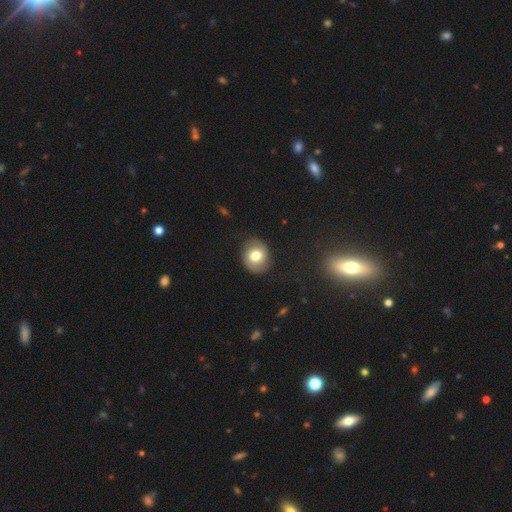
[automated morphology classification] Smooth or featured? Predicted: smooth (p=0.65). How rounded? Predicted: round (p=0.67). Merging? Predicted: none (p=0.83).